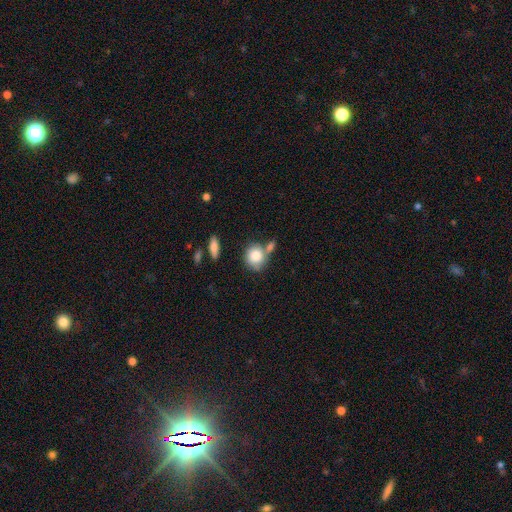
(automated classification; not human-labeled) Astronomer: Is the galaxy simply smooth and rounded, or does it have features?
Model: smooth — 82%.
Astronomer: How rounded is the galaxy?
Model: round — 74%.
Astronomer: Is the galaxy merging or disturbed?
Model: none — 49% (runner-up: merger, 29%).